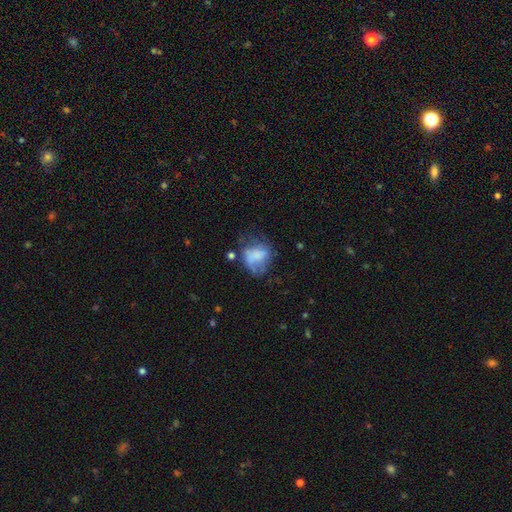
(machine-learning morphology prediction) This appears to be a smooth galaxy with no disk features (58%) that is in between round and cigar-shaped (54%). Merging: major disturbance (33%).